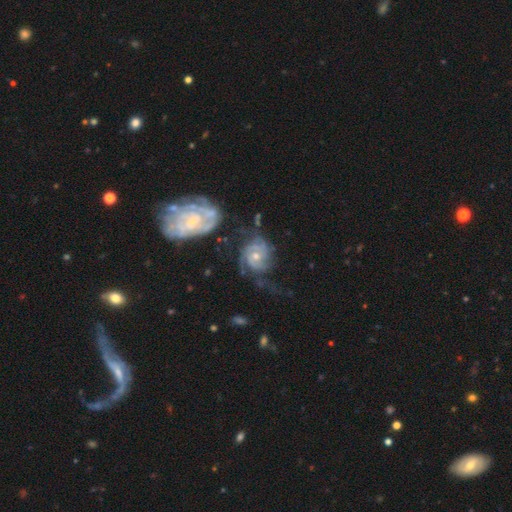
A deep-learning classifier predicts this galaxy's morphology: smooth_or_featured: featured or disk (p=0.86) [alt: smooth p=0.09]
disk_edge_on: no (p=0.98) [alt: yes p=0.02]
bar: no (p=0.69) [alt: weak p=0.25]
has_spiral_arms: yes (p=0.95) [alt: no p=0.05]
spiral_winding: tight (p=0.59) [alt: medium p=0.33]
spiral_arm_count: 3 (p=0.32) [alt: 2 p=0.27]
bulge_size: moderate (p=0.54) [alt: small p=0.42]
merging: none (p=0.50) [alt: minor disturbance p=0.21]